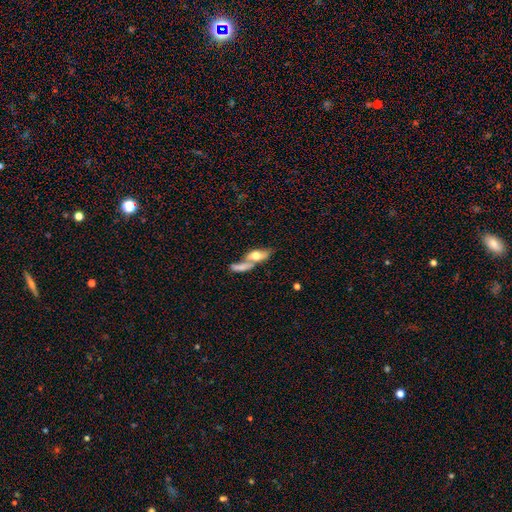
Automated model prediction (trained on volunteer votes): smooth 55%, featured or disk 38%, star or artifact 7%. Down the decision tree: how rounded — in between (61%); merging — merger (56%).